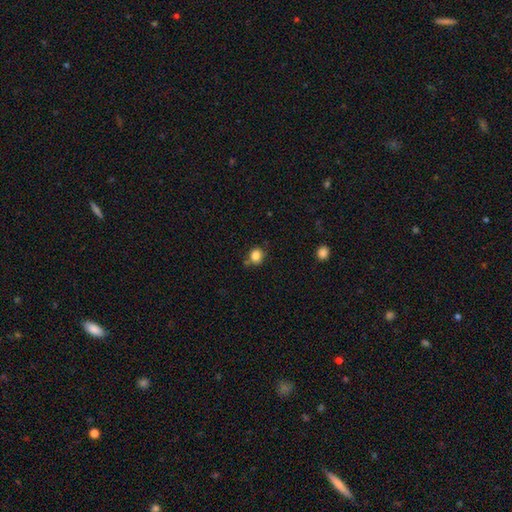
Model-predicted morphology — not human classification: A smooth galaxy with no disk features (83%) that is round (79%).

Vote fractions:
- Smooth or featured? smooth: 83% / star or artifact: 11% / featured or disk: 6%
- How rounded? round: 79% / in between: 20% / cigar-shaped: 1%
- Merging? none: 71% / minor disturbance: 17% / merger: 8% / major disturbance: 4%